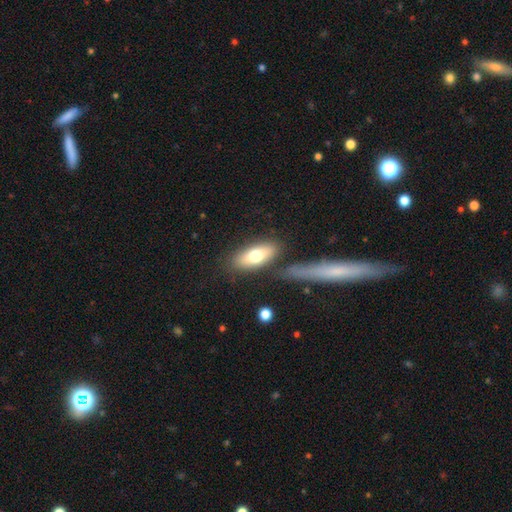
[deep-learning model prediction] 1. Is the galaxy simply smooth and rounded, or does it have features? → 69% smooth, 24% featured or disk, 7% star or artifact.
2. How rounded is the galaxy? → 78% in between, 19% cigar-shaped, 3% round.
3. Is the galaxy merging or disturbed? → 75% none, 12% minor disturbance, 8% merger, 4% major disturbance.